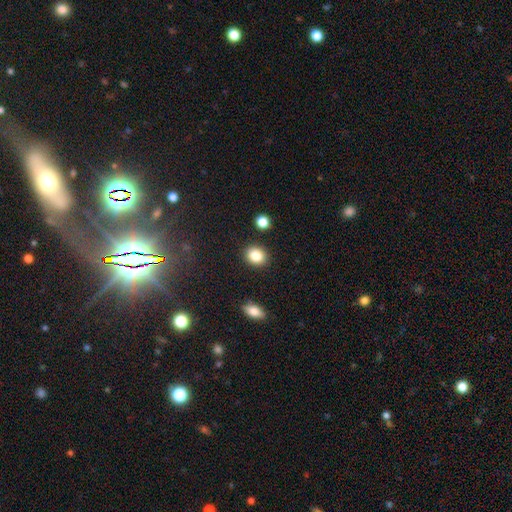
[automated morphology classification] A smooth galaxy with no disk features (85%) that is round (63%). Merging: none (88%).